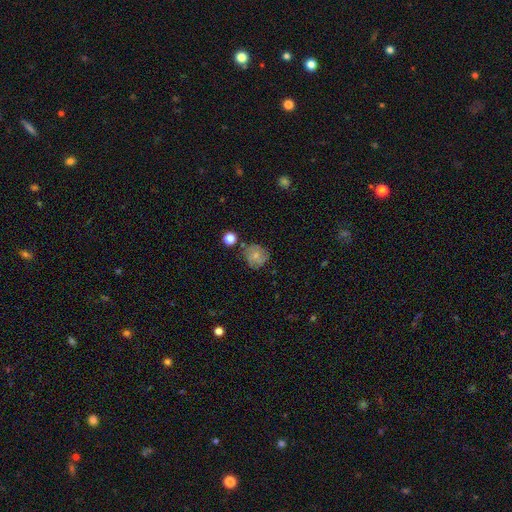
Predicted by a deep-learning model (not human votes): Overall: smooth (62%; featured or disk 27%). How rounded: round (85%). Merging: none (68%).